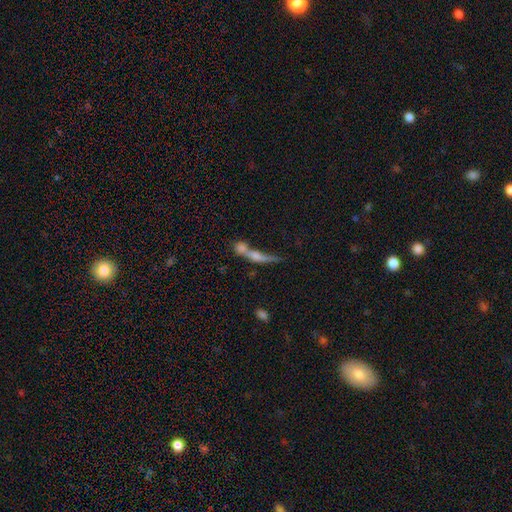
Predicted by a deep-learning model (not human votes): The model was most divided on "smooth or featured": featured or disk: 44%, smooth: 43%, star or artifact: 12%. More confident: merging — merger (56%).